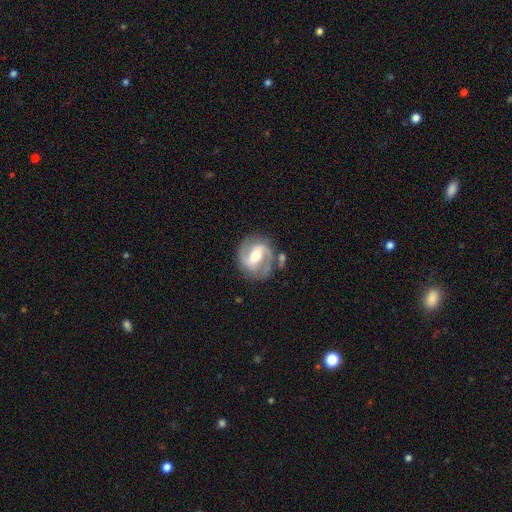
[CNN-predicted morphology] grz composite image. It shows a featured or disk galaxy (83%) with a strong bar (47%), 2 (90%) medium (52%) spiral arms (92%) and a moderate central bulge (68%). Merging: none (77%).